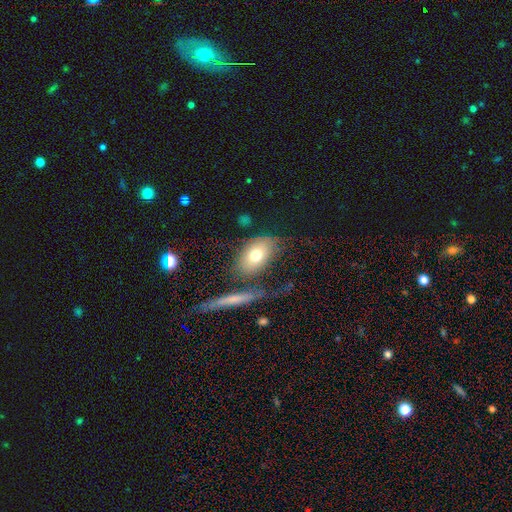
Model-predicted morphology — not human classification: The model was most divided on "merging": none: 54%, minor disturbance: 19%, merger: 14%, major disturbance: 13%. More confident: how rounded — in between (80%); smooth or featured — smooth (68%).